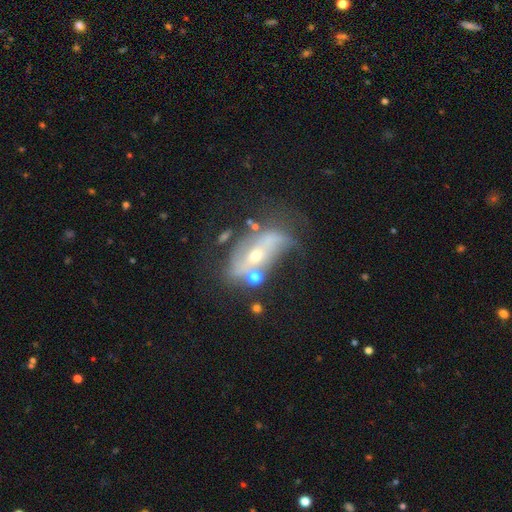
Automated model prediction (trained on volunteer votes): Morphology: type=featured or disk (72%); edge-on=no (86%); bar=no (52%); spiral arms=yes (64%); bulge=small (58%); merging=none (41%).